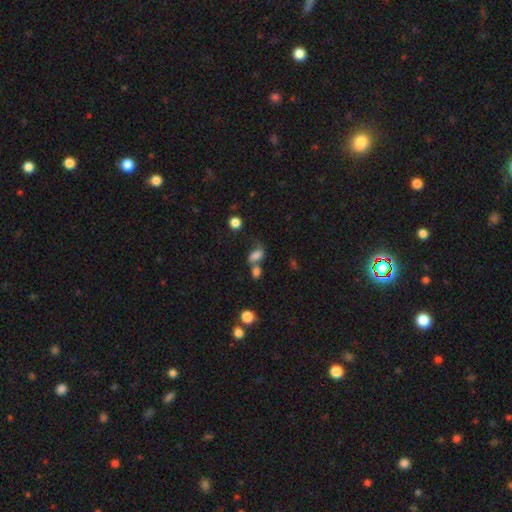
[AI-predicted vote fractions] This appears to be a smooth galaxy with no disk features (69%) that is in between round and cigar-shaped (78%). Merging: merger (43%).